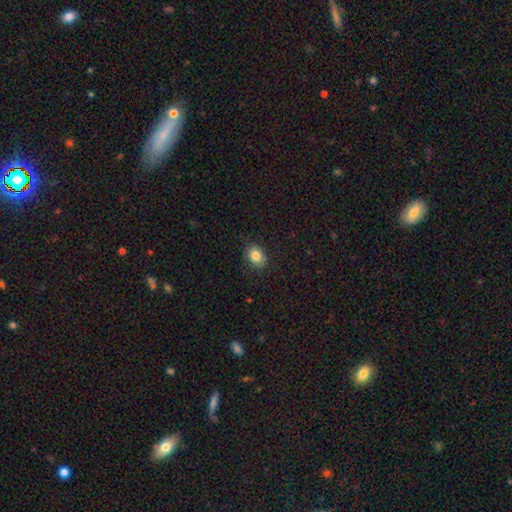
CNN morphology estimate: This is clearly a smooth galaxy (84%). How rounded: likely in between (66%). Merging: clearly none (85%).